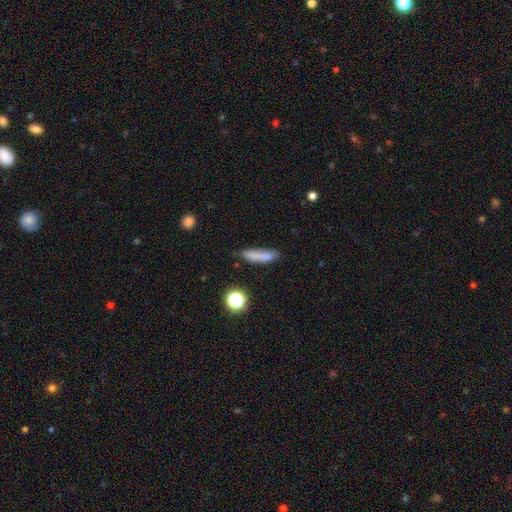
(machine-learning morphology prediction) smooth_or_featured: smooth (p=0.78) [alt: featured or disk p=0.11]
how_rounded: cigar-shaped (p=0.73) [alt: in between p=0.24]
merging: none (p=0.69) [alt: minor disturbance p=0.22]